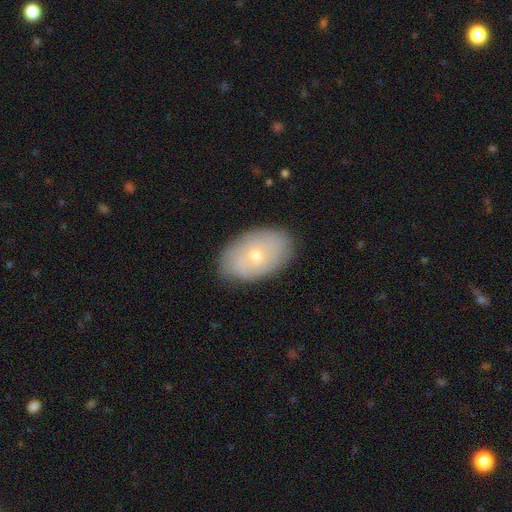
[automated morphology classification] A smooth galaxy with no disk features (49%). Merging: none (83%).